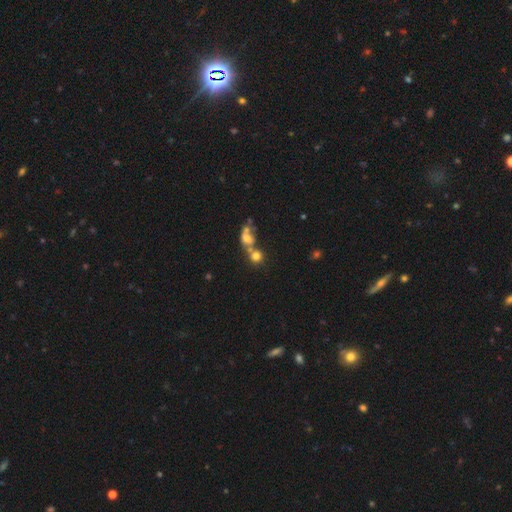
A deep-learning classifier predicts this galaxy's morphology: Smooth or featured? Predicted: smooth (p=0.68). How rounded? Predicted: round (p=0.77). Merging? Predicted: merger (p=0.45).